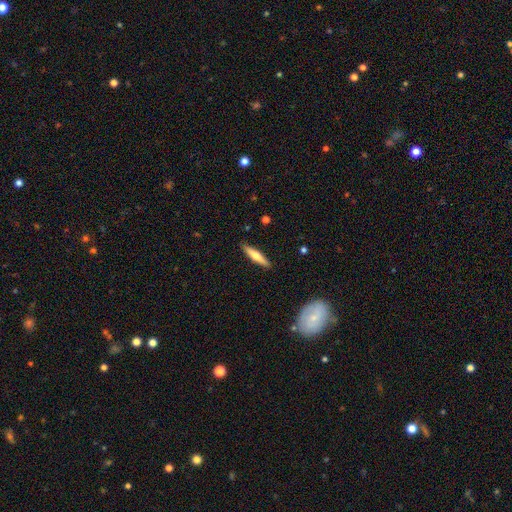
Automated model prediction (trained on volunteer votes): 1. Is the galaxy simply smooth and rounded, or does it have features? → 52% smooth, 42% featured or disk, 6% star or artifact.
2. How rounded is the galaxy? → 83% cigar-shaped, 15% in between, 2% round.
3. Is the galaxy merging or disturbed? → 90% none, 7% minor disturbance, 2% major disturbance, 1% merger.